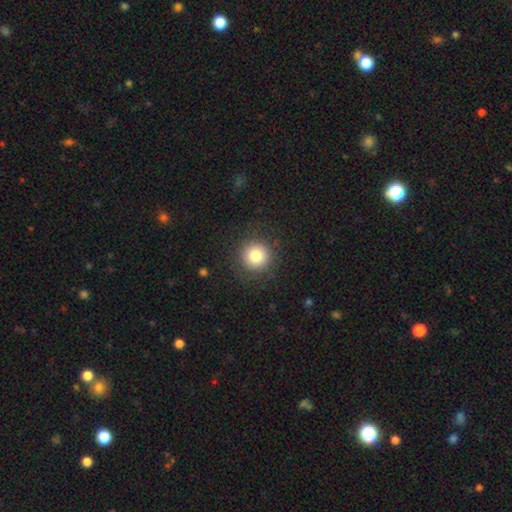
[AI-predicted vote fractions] Q: Smooth or featured?
A: smooth (80%); runner-up: star or artifact (10%)
Q: How rounded?
A: round (95%); runner-up: in between (4%)
Q: Merging?
A: none (86%); runner-up: minor disturbance (8%)